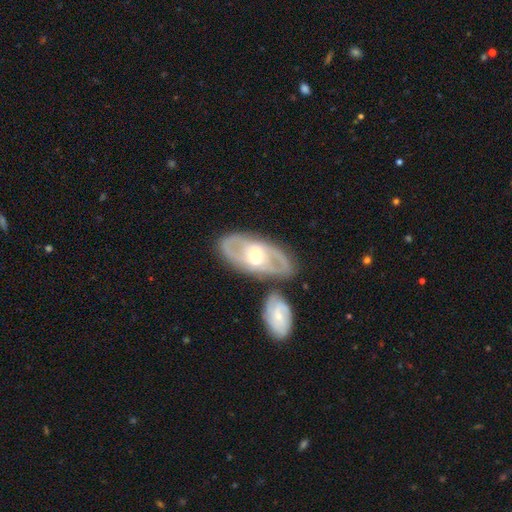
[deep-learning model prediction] Morphology: type=featured or disk (80%); edge-on=no (92%); bar=no (47%); spiral arms=yes (83%); winding=medium (46%); arm count=2 (77%); bulge=moderate (60%); merging=none (65%).